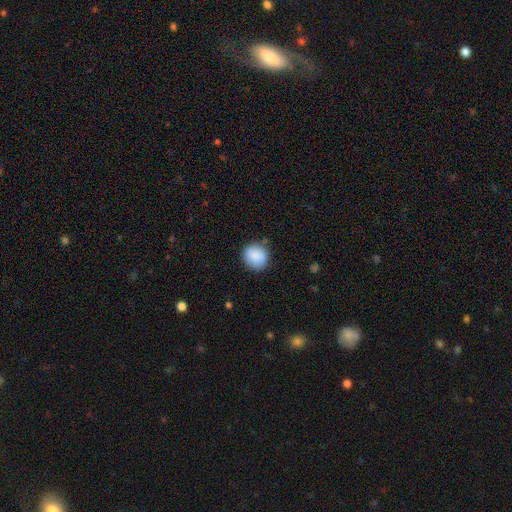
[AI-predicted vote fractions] Q: Smooth or featured?
A: smooth (88%); runner-up: star or artifact (7%)
Q: How rounded?
A: round (84%); runner-up: in between (15%)
Q: Merging?
A: none (83%); runner-up: minor disturbance (13%)